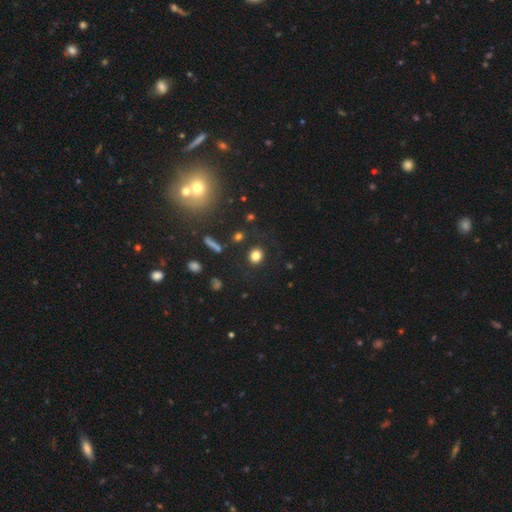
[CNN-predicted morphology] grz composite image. It shows a smooth galaxy with no disk features (81%) that is round (82%). Merging: none (87%).